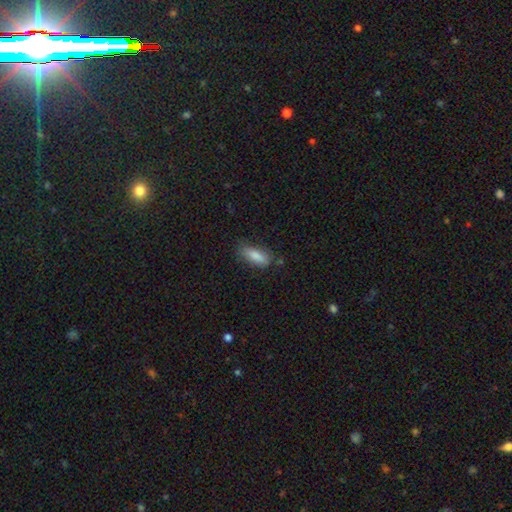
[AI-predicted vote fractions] smooth_or_featured: smooth (p=0.83) [alt: featured or disk p=0.10]
how_rounded: in between (p=0.64) [alt: cigar-shaped p=0.34]
merging: none (p=0.74) [alt: minor disturbance p=0.19]